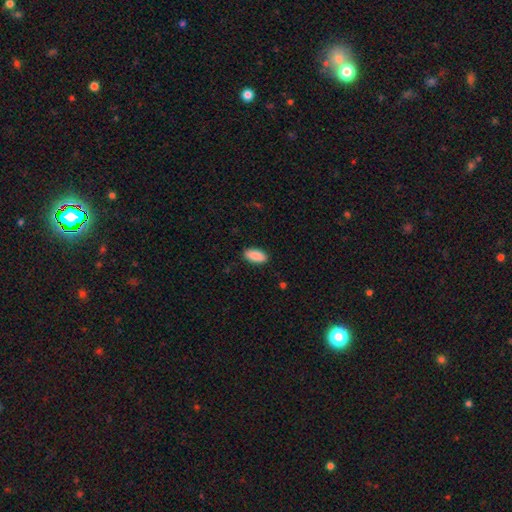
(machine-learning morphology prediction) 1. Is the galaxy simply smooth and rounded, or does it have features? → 90% smooth, 6% star or artifact, 4% featured or disk.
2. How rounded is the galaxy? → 92% in between, 6% cigar-shaped, 2% round.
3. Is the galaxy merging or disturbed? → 89% none, 8% minor disturbance, 2% major disturbance, 1% merger.